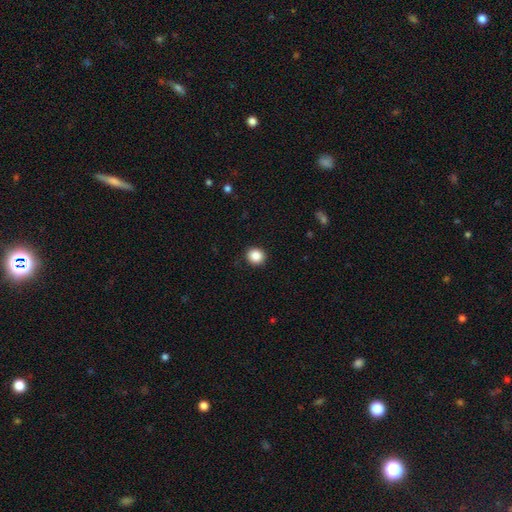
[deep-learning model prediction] A smooth galaxy with no disk features (87%) that is round (86%).

Vote fractions:
- Smooth or featured? smooth: 87% / star or artifact: 9% / featured or disk: 3%
- How rounded? round: 86% / in between: 13% / cigar-shaped: 1%
- Merging? none: 91% / minor disturbance: 6% / major disturbance: 2% / merger: 1%